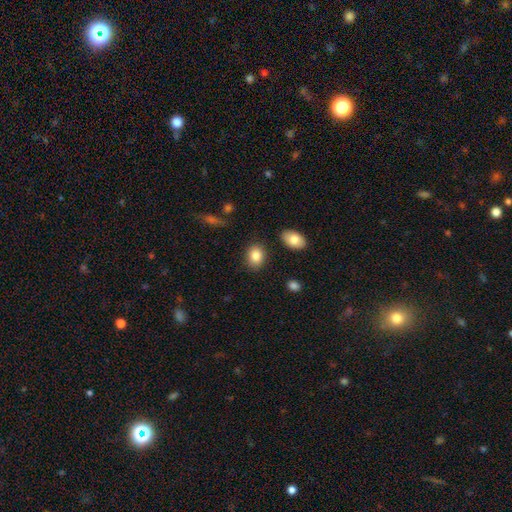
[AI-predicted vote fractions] The model was most divided on "how rounded": in between: 65%, round: 34%, cigar-shaped: 1%. More confident: merging — none (85%); smooth or featured — smooth (85%).